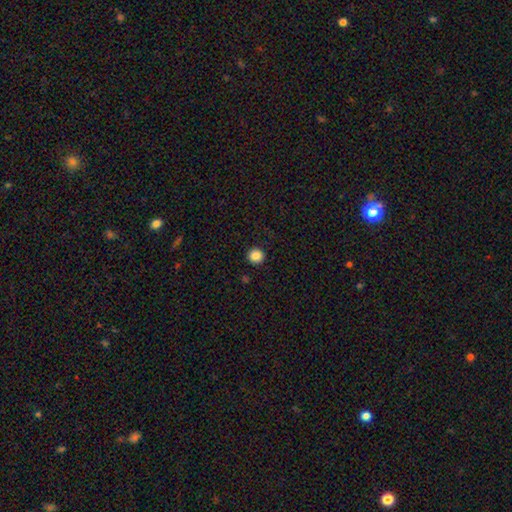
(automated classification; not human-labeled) smooth_or_featured: smooth (p=0.86) [alt: star or artifact p=0.11]
how_rounded: round (p=0.94) [alt: in between p=0.05]
merging: none (p=0.93) [alt: minor disturbance p=0.05]